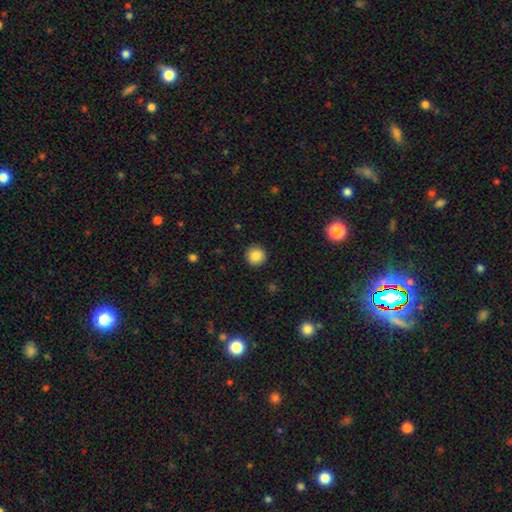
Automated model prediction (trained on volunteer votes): smooth_or_featured: smooth (p=0.86) [alt: star or artifact p=0.09]
how_rounded: round (p=0.95) [alt: in between p=0.04]
merging: none (p=0.92) [alt: minor disturbance p=0.05]